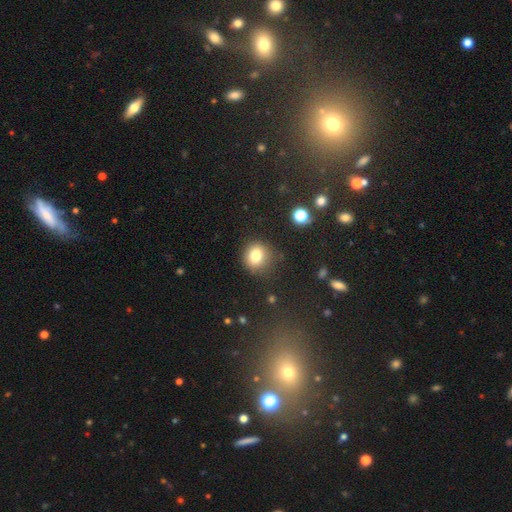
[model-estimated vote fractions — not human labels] smooth_or_featured: smooth (p=0.79) [alt: star or artifact p=0.13]
how_rounded: round (p=0.85) [alt: in between p=0.14]
merging: none (p=0.81) [alt: minor disturbance p=0.12]